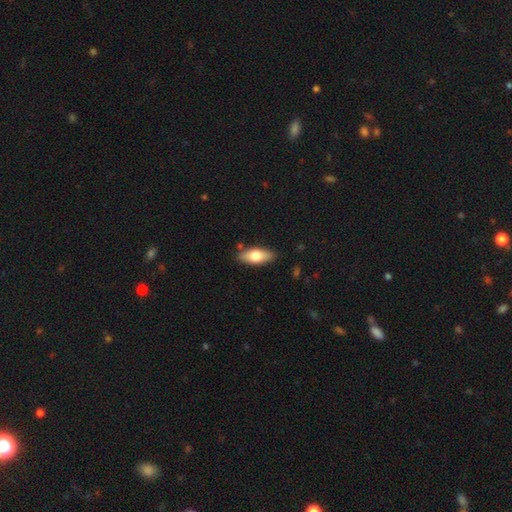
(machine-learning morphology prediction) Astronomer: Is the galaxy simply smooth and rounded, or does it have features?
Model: smooth — 69%.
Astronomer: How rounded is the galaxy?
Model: in between — 80%.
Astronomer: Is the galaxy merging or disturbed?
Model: none — 85%.